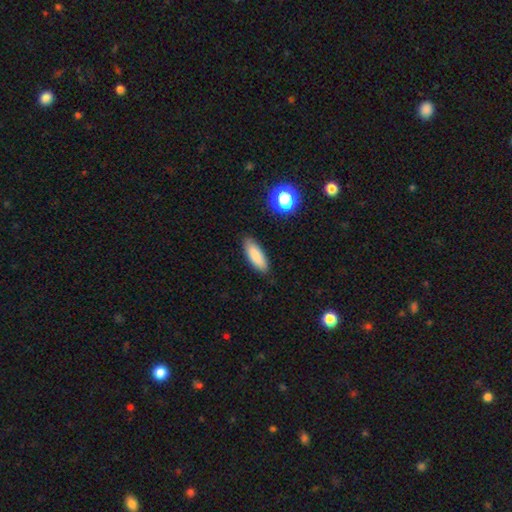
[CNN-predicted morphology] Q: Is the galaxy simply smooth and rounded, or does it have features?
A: smooth — 86%.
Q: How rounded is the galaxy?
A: in between — 63%.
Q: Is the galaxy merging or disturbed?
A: none — 87%.